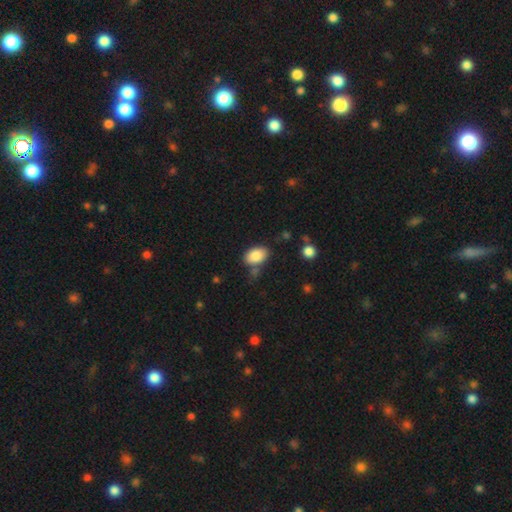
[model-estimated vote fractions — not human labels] A smooth galaxy with no disk features (86%) that is in between round and cigar-shaped (89%). Merging: none (71%).